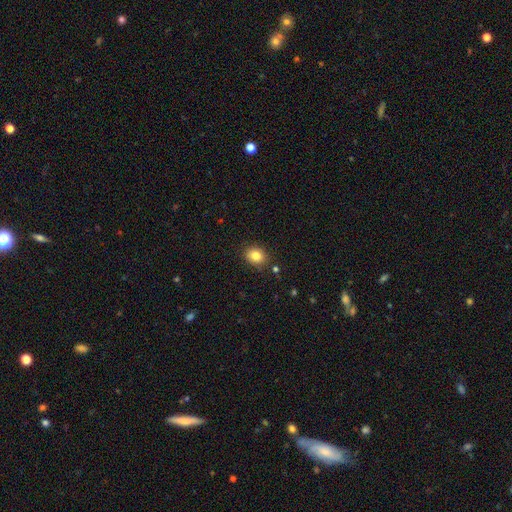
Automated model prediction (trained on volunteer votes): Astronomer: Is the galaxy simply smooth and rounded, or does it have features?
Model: smooth — 82%.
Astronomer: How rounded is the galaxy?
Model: round — 57% (runner-up: in between, 42%).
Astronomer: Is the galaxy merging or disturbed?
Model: none — 85%.